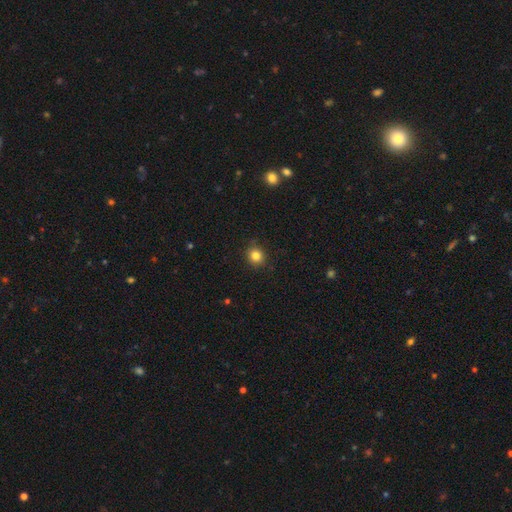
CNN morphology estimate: This is clearly a smooth galaxy (83%). How rounded: clearly round (85%). Merging: clearly none (88%).